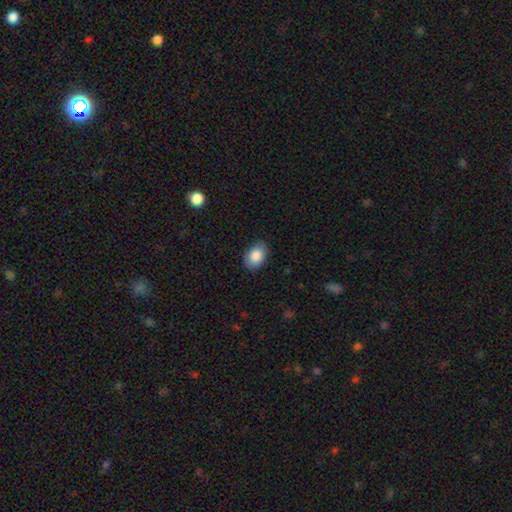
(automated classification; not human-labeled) A smooth galaxy with no disk features (88%) that is in between round and cigar-shaped (82%). Merging: none (85%).